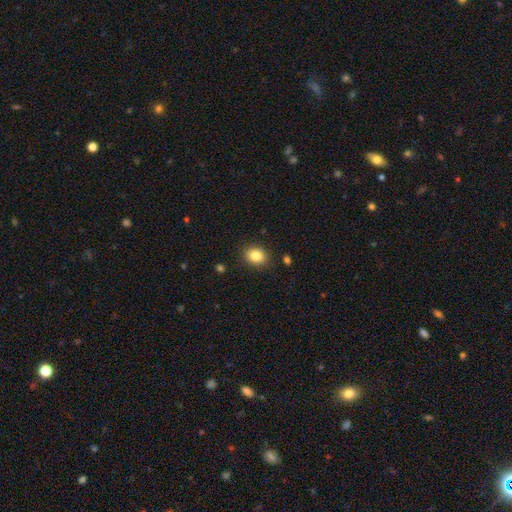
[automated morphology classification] Smooth or featured? Predicted: smooth (p=0.84). How rounded? Predicted: round (p=0.54). Merging? Predicted: none (p=0.87).